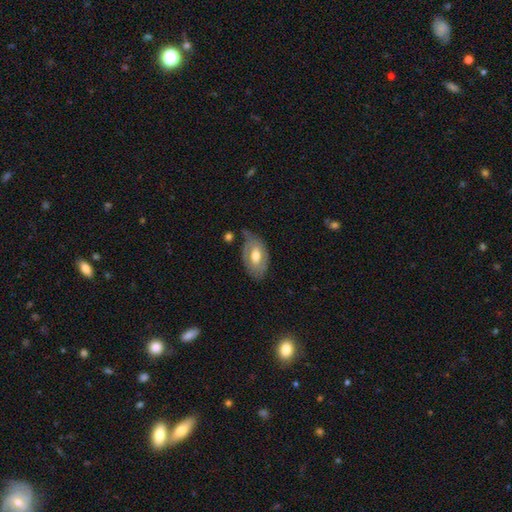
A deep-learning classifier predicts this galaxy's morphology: Overall: featured or disk (48%; smooth 46%). Merging: none (56%; minor disturbance 28%).